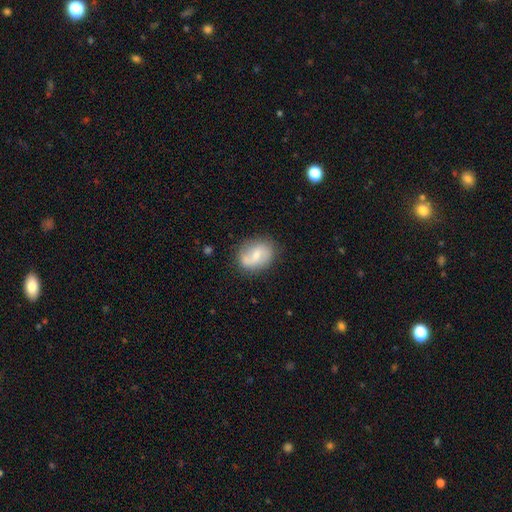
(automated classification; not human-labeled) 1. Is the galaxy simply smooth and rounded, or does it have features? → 49% featured or disk, 44% smooth, 7% star or artifact.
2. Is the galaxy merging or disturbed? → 70% none, 20% minor disturbance, 6% major disturbance, 4% merger.